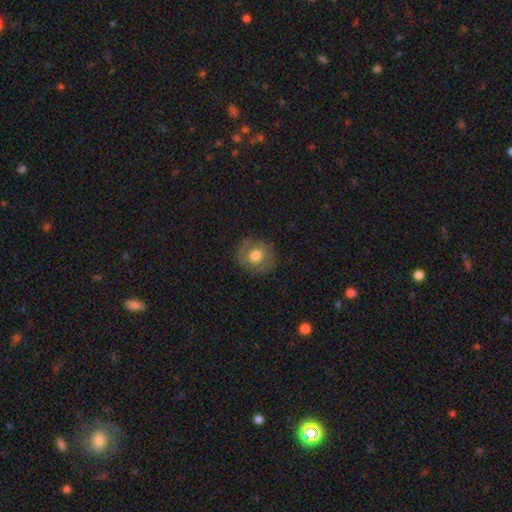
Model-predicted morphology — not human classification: smooth 65%, featured or disk 26%, star or artifact 9%. Down the decision tree: how rounded — round (85%); merging — none (80%).